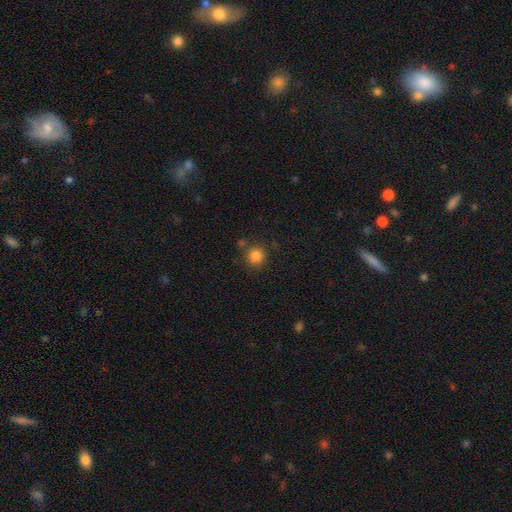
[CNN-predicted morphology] Smooth or featured: smooth — 83% (star or artifact — 12%)
How rounded: round — 90% (in between — 9%)
Merging: none — 78% (minor disturbance — 11%)